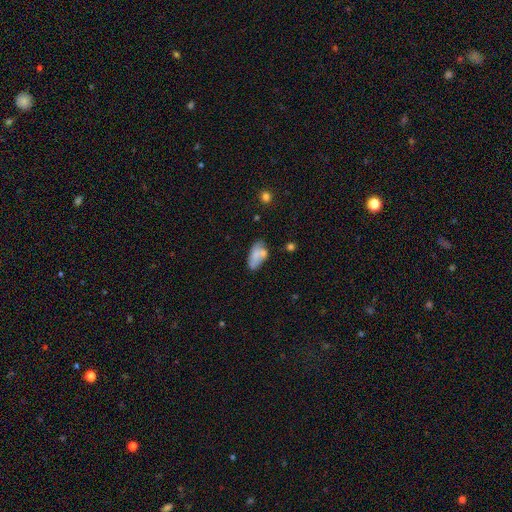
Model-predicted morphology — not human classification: Smooth or featured? smooth (68%)
How rounded? in between (91%)
Merging? none (43%)